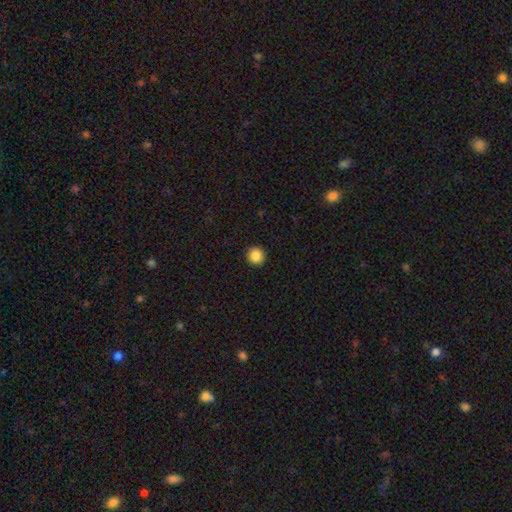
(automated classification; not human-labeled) Q: Smooth or featured?
A: smooth (87%); runner-up: star or artifact (9%)
Q: How rounded?
A: round (94%); runner-up: in between (5%)
Q: Merging?
A: none (93%); runner-up: minor disturbance (4%)